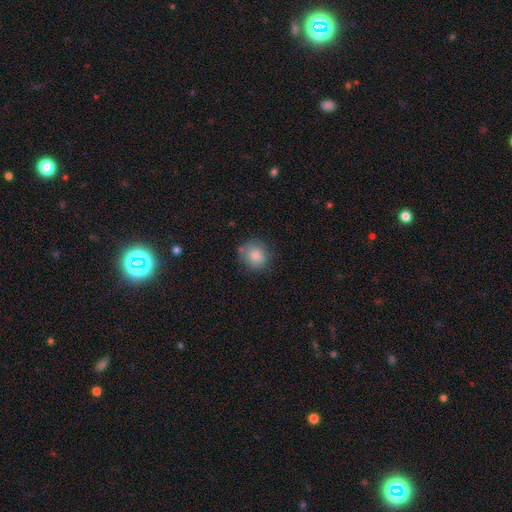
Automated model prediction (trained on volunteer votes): Smooth or featured? smooth (84%)
How rounded? round (84%)
Merging? none (74%)